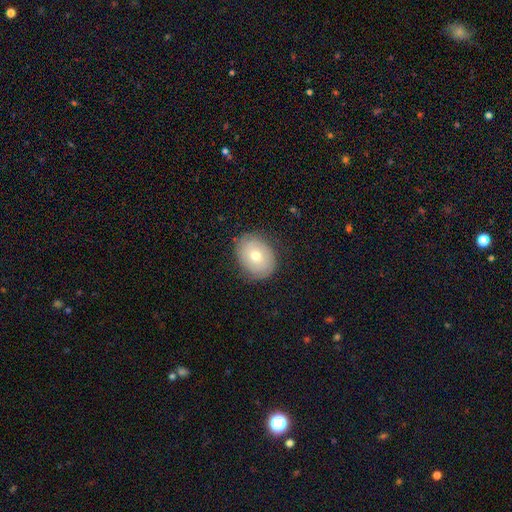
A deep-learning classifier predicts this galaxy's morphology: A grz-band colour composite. It shows a smooth galaxy with no disk features (62%) that is in between round and cigar-shaped (61%). Merging: none (81%).